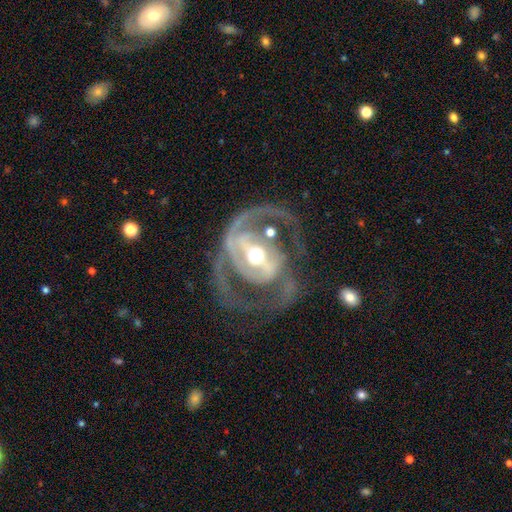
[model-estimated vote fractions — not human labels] Overall: featured or disk (89%). Edge-on disk: no (96%). Bar: strong (58%; weak 26%). Spiral arms: yes (88%). Spiral arm count: 2 (81%). Spiral winding: medium (53%; tight 25%). Bulge size: moderate (72%). Merging: none (59%; major disturbance 22%).